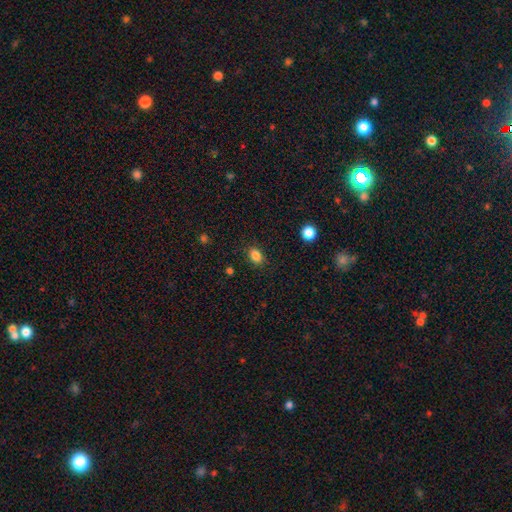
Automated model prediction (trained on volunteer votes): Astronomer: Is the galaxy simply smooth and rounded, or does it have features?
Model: smooth — 85%.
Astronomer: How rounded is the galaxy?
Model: in between — 68%.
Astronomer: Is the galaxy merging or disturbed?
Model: none — 86%.